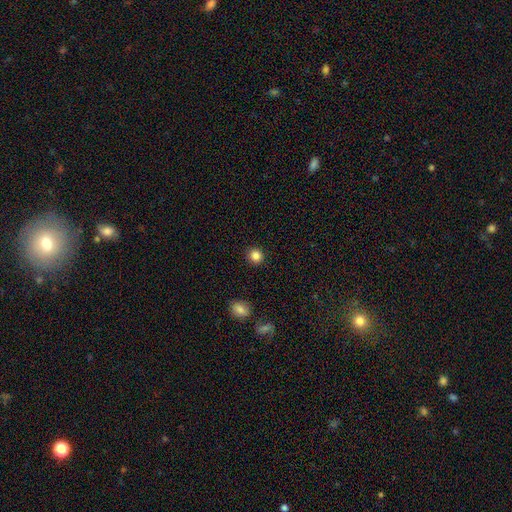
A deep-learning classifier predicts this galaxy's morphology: This appears to be a smooth galaxy with no disk features (85%) that is round (90%). Merging: none (92%).